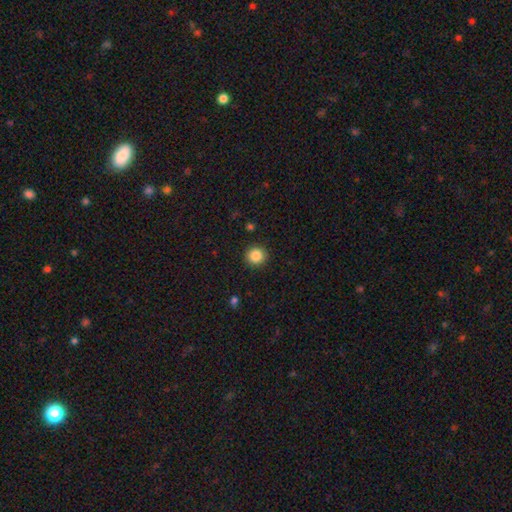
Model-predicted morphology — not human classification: smooth 86%, star or artifact 10%, featured or disk 4%. Down the decision tree: how rounded — round (94%); merging — none (91%).